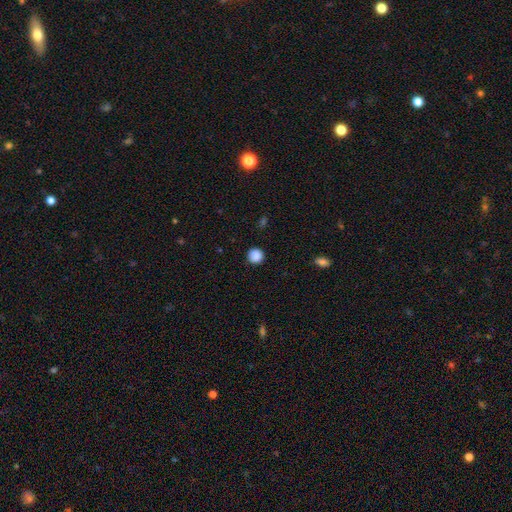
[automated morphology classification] Smooth or featured?
  - smooth: 88% *
  - star or artifact: 9%
  - featured or disk: 3%
How rounded?
  - round: 92% *
  - in between: 7%
  - cigar-shaped: 1%
Merging?
  - none: 87% *
  - minor disturbance: 9%
  - major disturbance: 2%
  - merger: 1%